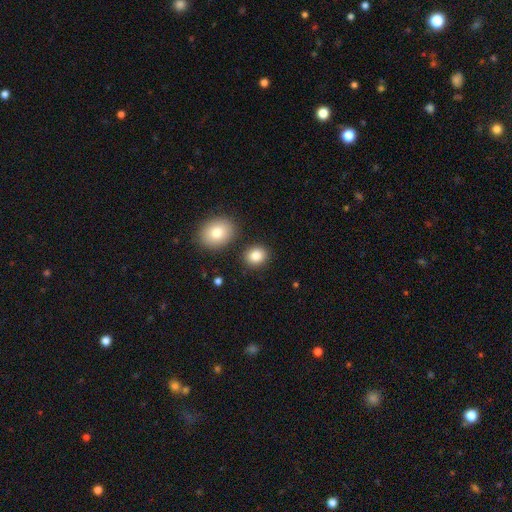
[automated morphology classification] Smooth or featured?
  - smooth: 85% *
  - star or artifact: 9%
  - featured or disk: 6%
How rounded?
  - round: 63% *
  - in between: 36%
  - cigar-shaped: 1%
Merging?
  - none: 83% *
  - minor disturbance: 9%
  - merger: 6%
  - major disturbance: 3%